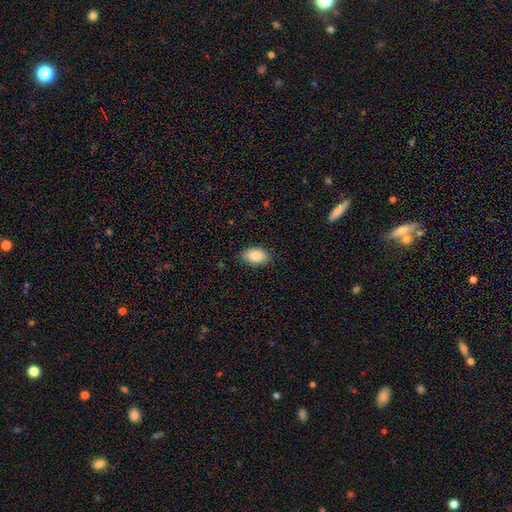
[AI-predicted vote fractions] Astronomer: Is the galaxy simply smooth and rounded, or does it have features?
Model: smooth — 85%.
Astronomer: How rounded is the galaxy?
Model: in between — 91%.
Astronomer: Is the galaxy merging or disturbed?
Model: none — 85%.